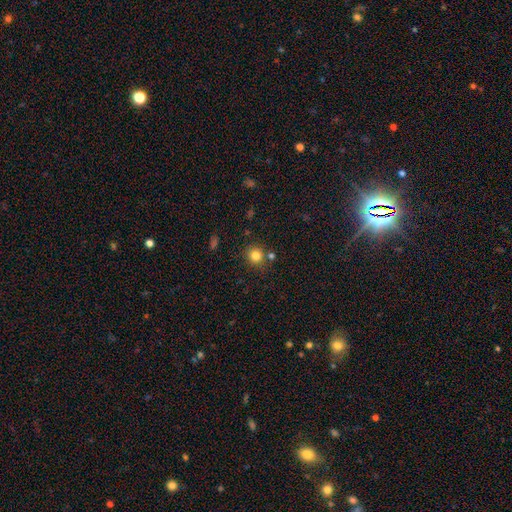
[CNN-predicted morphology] smooth-or-featured: smooth: 81% | star or artifact: 13% | featured or disk: 6%
  how-rounded: round: 88% | in between: 11% | cigar-shaped: 1%
  merging: none: 78% | minor disturbance: 10% | merger: 9% | major disturbance: 3%